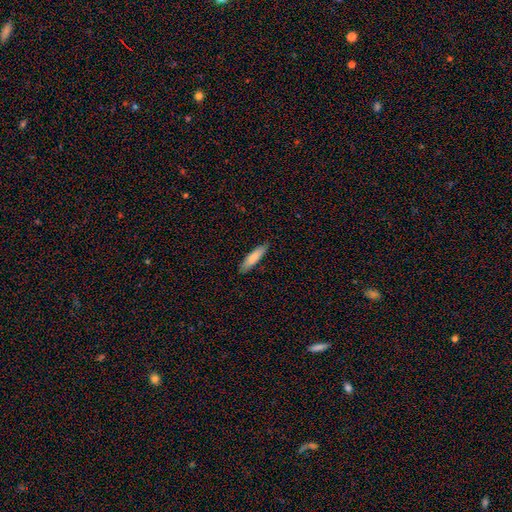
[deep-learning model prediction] Overall: smooth (79%). How rounded: cigar-shaped (80%). Merging: none (87%).